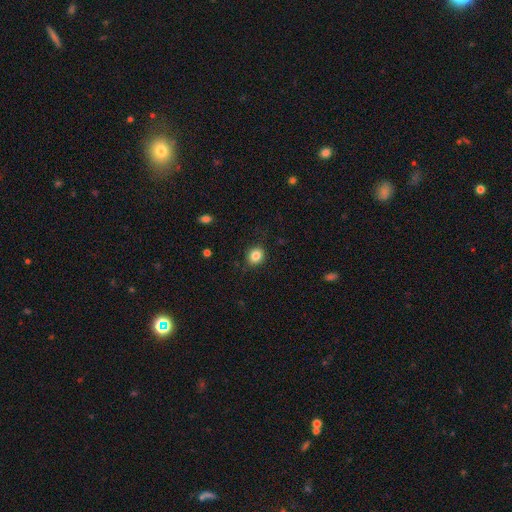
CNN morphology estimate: The model was most divided on "how rounded": round: 73%, in between: 26%, cigar-shaped: 1%. More confident: merging — none (87%); smooth or featured — smooth (85%).